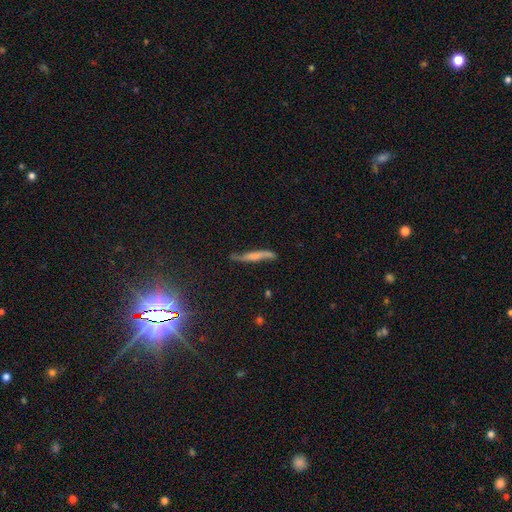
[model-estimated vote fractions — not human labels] Smooth or featured?
  - featured or disk: 52% *
  - smooth: 39%
  - star or artifact: 9%
Edge-on disk?
  - yes: 65% *
  - no: 35%
Merging?
  - none: 61% *
  - minor disturbance: 26%
  - major disturbance: 9%
  - merger: 4%